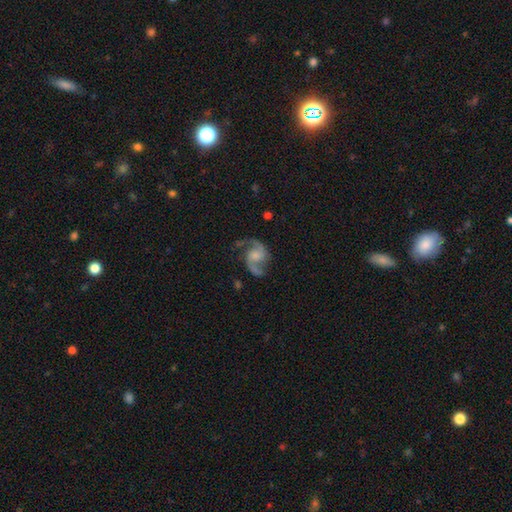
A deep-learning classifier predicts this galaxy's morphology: Overall: featured or disk (90%). Edge-on disk: no (98%). Bar: no (59%; weak 34%). Spiral arms: yes (98%). Spiral arm count: 2 (94%). Spiral winding: medium (53%; loose 37%). Bulge size: moderate (36%; small 32%). Merging: none (74%).